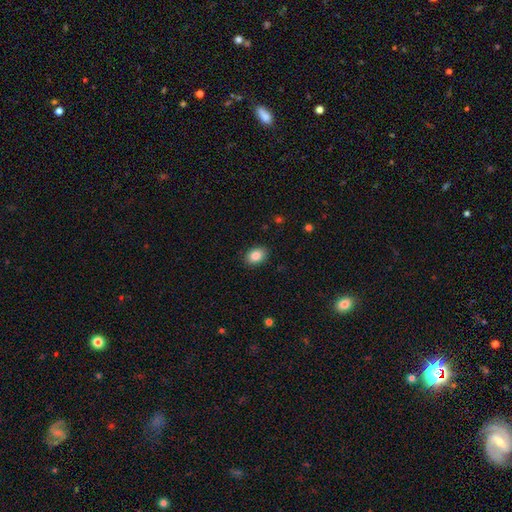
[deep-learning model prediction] Smooth or featured? Predicted: smooth (p=0.86). How rounded? Predicted: in between (p=0.72). Merging? Predicted: none (p=0.89).